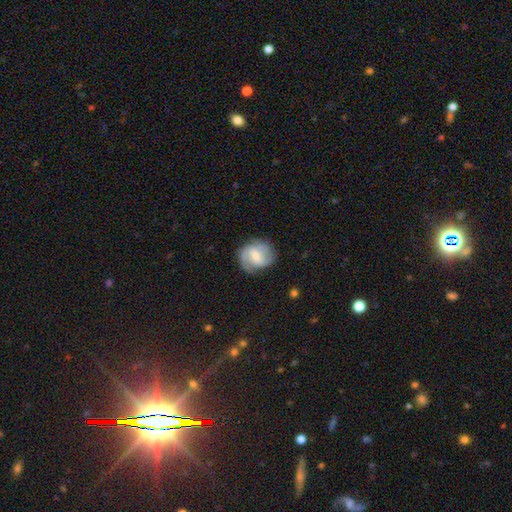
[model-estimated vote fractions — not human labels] This appears to be a featured or disk galaxy (68%) with a weak bar (54%), 2 (66%) medium (46%) spiral arms (90%) and a small central bulge (46%). Merging: none (69%).